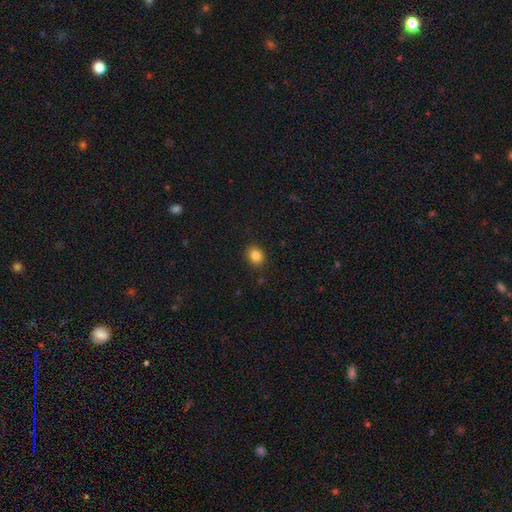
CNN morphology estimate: A smooth galaxy with no disk features (85%) that is in between round and cigar-shaped (51%).

Vote fractions:
- Smooth or featured? smooth: 85% / star or artifact: 10% / featured or disk: 5%
- How rounded? in between: 51% / round: 48% / cigar-shaped: 1%
- Merging? none: 89% / minor disturbance: 8% / major disturbance: 2% / merger: 1%